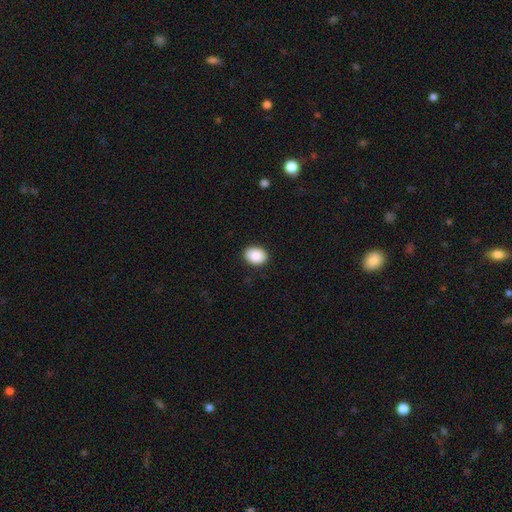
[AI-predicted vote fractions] Morphology: type=smooth (90%); roundness=in between (66%); merging=none (89%).